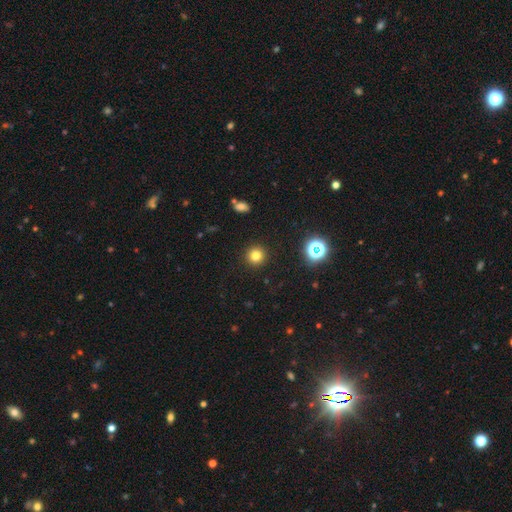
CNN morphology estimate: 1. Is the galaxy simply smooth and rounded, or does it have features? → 79% smooth, 15% star or artifact, 6% featured or disk.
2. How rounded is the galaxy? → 95% round, 4% in between, 1% cigar-shaped.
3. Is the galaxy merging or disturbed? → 92% none, 5% minor disturbance, 2% major disturbance, 1% merger.